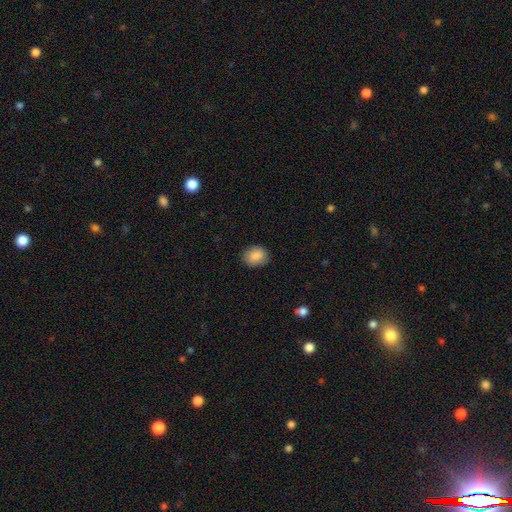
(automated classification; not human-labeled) Q: Smooth or featured?
A: smooth (88%); runner-up: star or artifact (8%)
Q: How rounded?
A: in between (55%); runner-up: round (44%)
Q: Merging?
A: none (83%); runner-up: minor disturbance (13%)